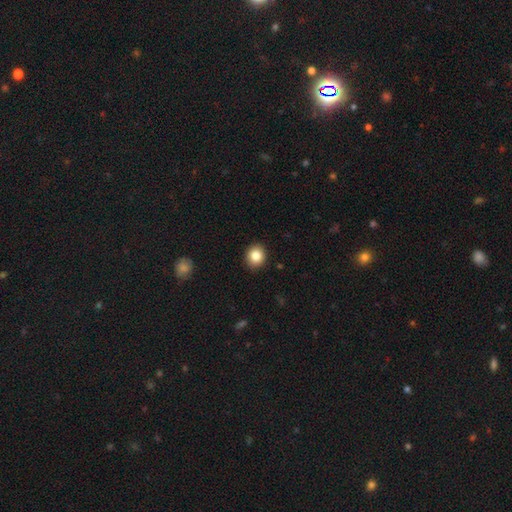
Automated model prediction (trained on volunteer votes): Smooth or featured: smooth — 85% (star or artifact — 9%)
How rounded: round — 77% (in between — 22%)
Merging: none — 92% (minor disturbance — 6%)